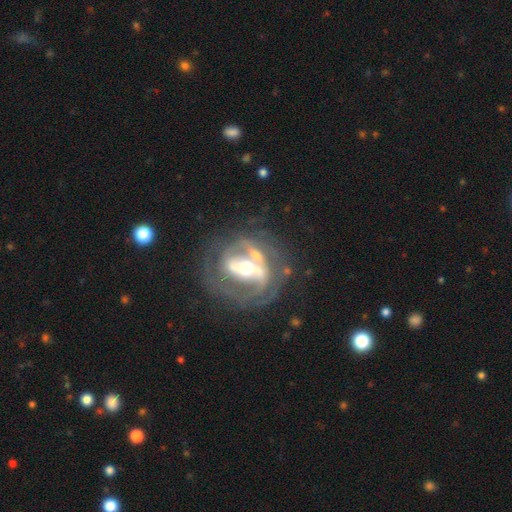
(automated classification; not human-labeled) smooth-or-featured: featured or disk: 85% | smooth: 8% | star or artifact: 6%
  disk-edge-on: no: 94% | yes: 6%
    bar: strong: 66% | weak: 20% | no: 14%
    has-spiral-arms: yes: 84% | no: 16%
      spiral-winding: tight: 43% | medium: 41% | loose: 17%
      spiral-arm-count: 2: 65% | can't tell: 15% | 3: 8% | 1: 7% | 4: 3% | more than 4: 3%
    bulge-size: moderate: 64% | large: 17% | small: 16% | dominant: 2% | none: 2%
  merging: none: 54% | major disturbance: 17% | minor disturbance: 17% | merger: 13%